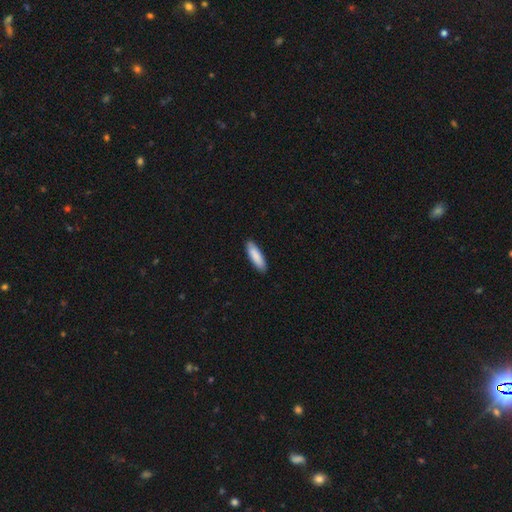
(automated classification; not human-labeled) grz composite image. It shows a smooth galaxy with no disk features (88%) that is cigar-shaped (61%). Merging: none (89%).